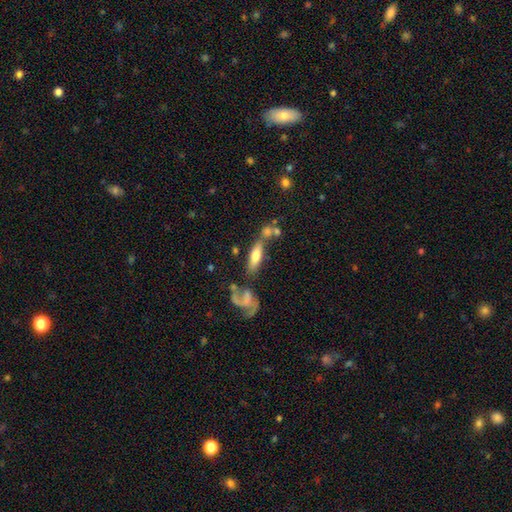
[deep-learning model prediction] Smooth or featured?
  - smooth: 55% *
  - featured or disk: 36%
  - star or artifact: 8%
How rounded?
  - in between: 50% *
  - cigar-shaped: 46%
  - round: 4%
Merging?
  - none: 50% *
  - merger: 25%
  - minor disturbance: 16%
  - major disturbance: 9%